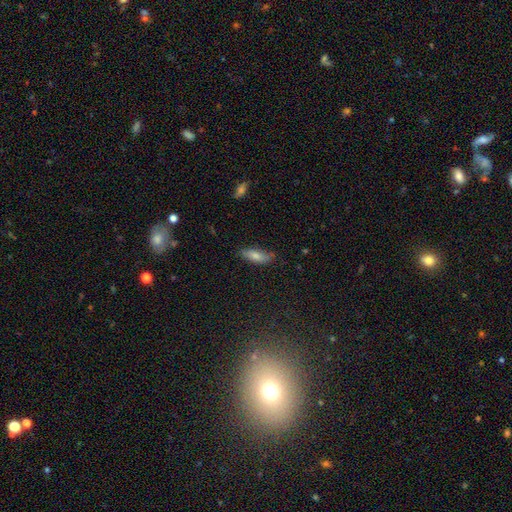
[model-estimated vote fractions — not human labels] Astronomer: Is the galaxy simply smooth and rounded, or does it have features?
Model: smooth — 76%.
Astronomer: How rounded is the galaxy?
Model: in between — 62%.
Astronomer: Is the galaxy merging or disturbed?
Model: none — 74%.